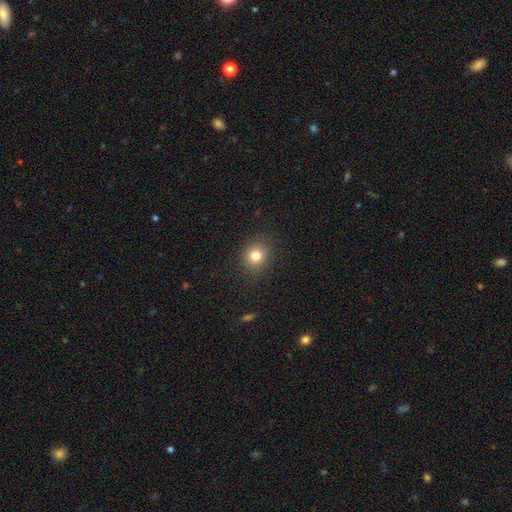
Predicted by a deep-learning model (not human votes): Smooth or featured? smooth (79%)
How rounded? round (80%)
Merging? none (89%)